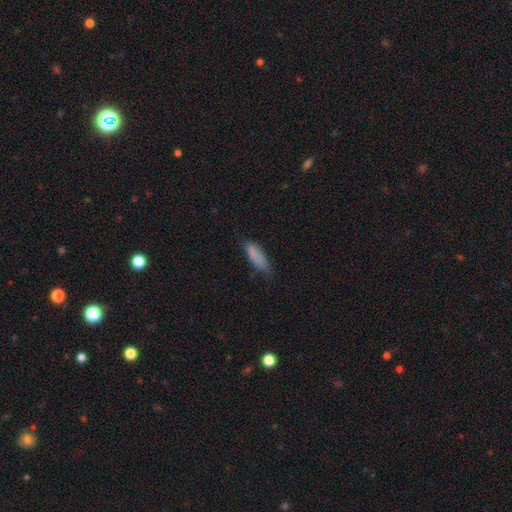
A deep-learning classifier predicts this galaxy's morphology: This is clearly a smooth galaxy (82%). How rounded: possibly in between (59%). Merging: likely none (61%).